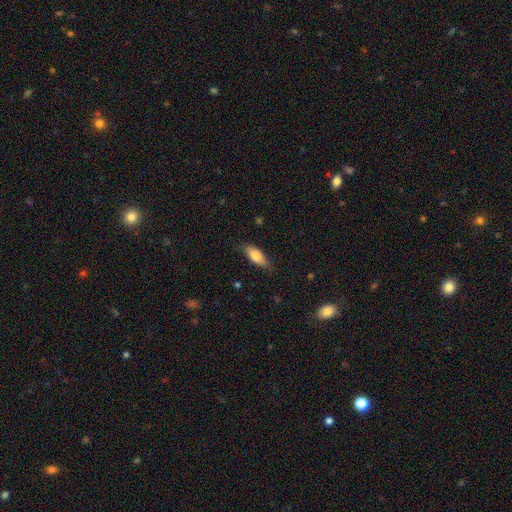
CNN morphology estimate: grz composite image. It shows a smooth galaxy with no disk features (75%) that is in between round and cigar-shaped (72%). Merging: none (79%).